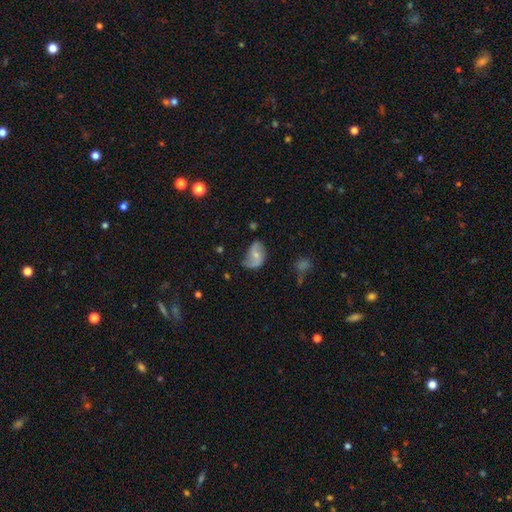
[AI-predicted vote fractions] This is possibly a featured or disk galaxy (53%). It is clearly not viewed edge-on (96%). Bar: possibly no (52%). Spiral arm pattern: likely yes (79%). Central bulge: possibly small (53%). Merging: possibly none (46%).